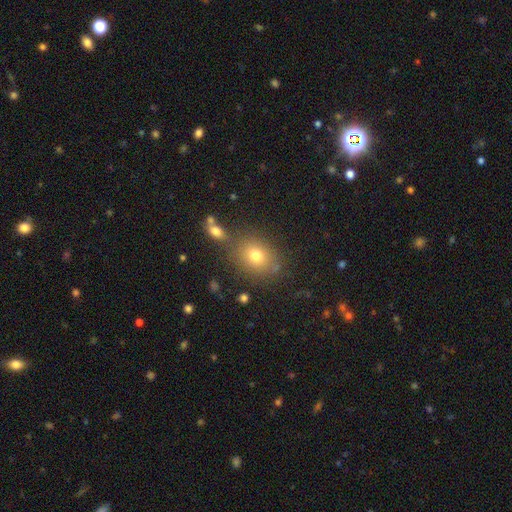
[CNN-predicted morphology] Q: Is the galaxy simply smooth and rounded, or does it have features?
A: smooth — 74%.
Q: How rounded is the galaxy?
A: in between — 50%.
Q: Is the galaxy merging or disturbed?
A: none — 74%.